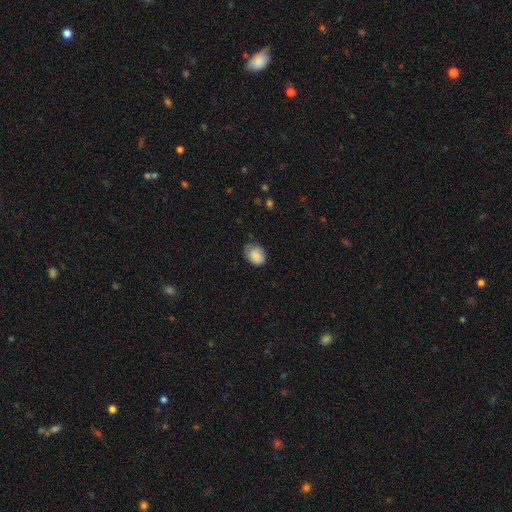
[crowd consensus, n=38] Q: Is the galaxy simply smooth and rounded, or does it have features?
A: smooth — 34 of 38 (89%).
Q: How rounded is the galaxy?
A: in between — 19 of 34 (56%).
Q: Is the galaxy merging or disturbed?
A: minor disturbance — 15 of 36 (42%).